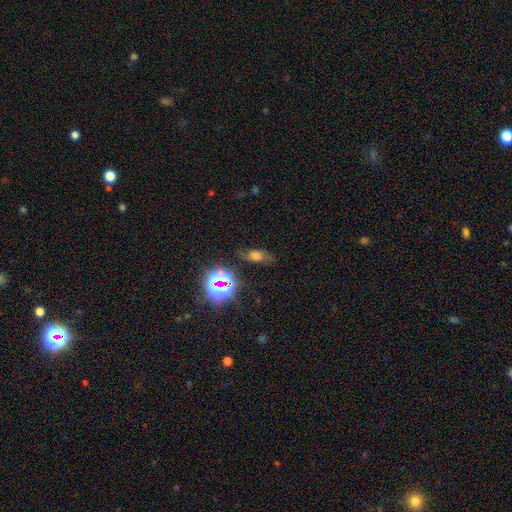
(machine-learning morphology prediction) smooth 47%, star or artifact 29%, featured or disk 23%. Down the decision tree: merging — none (71%).